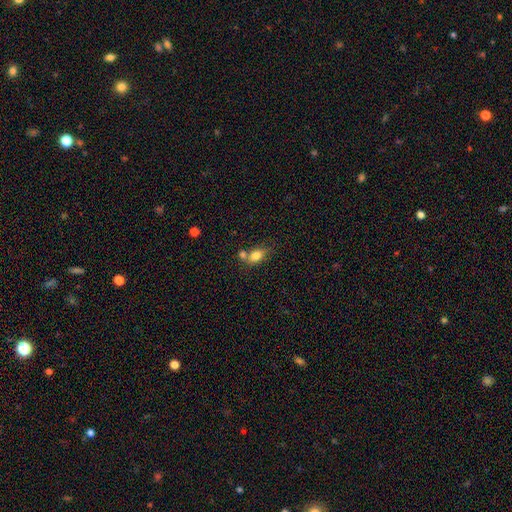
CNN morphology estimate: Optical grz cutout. It shows a smooth galaxy with no disk features (79%) that is in between round and cigar-shaped (81%). Merging: none (44%).